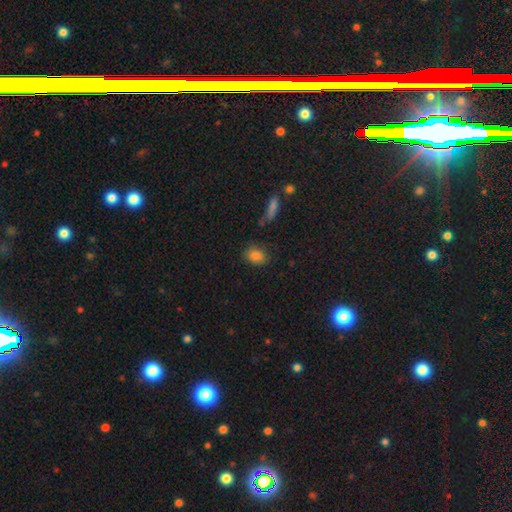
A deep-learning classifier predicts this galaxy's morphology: The model was most divided on "how rounded": in between: 63%, round: 35%, cigar-shaped: 2%. More confident: smooth or featured — smooth (84%); merging — none (78%).